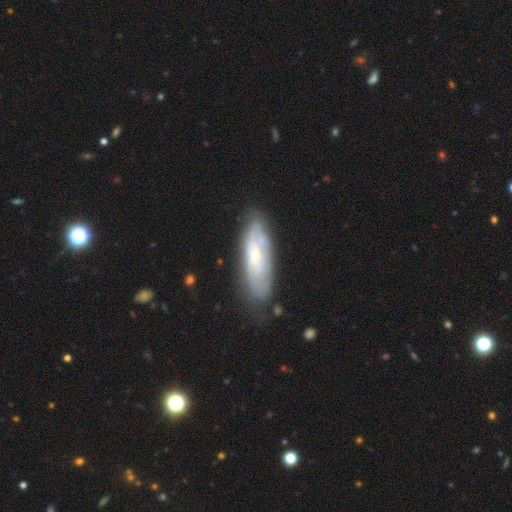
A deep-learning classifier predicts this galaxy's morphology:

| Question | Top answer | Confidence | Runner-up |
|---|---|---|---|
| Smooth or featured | featured or disk | 61% | smooth (33%) |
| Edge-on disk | no | 78% | yes (22%) |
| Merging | none | 76% | minor disturbance (18%) |